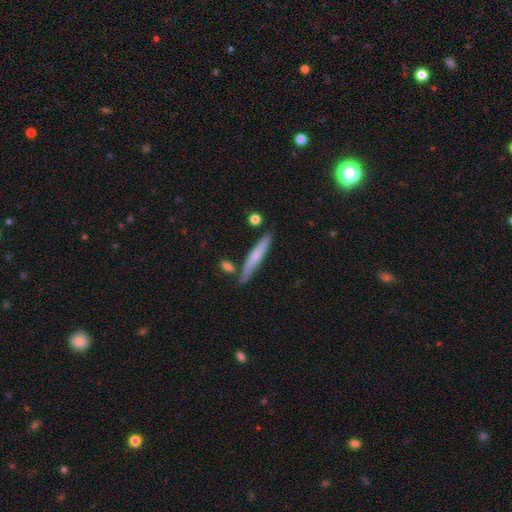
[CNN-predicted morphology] A smooth galaxy with no disk features (62%) that is cigar-shaped (94%).

Vote fractions:
- Smooth or featured? smooth: 62% / featured or disk: 32% / star or artifact: 6%
- How rounded? cigar-shaped: 94% / in between: 4% / round: 1%
- Merging? none: 79% / minor disturbance: 13% / merger: 6% / major disturbance: 3%